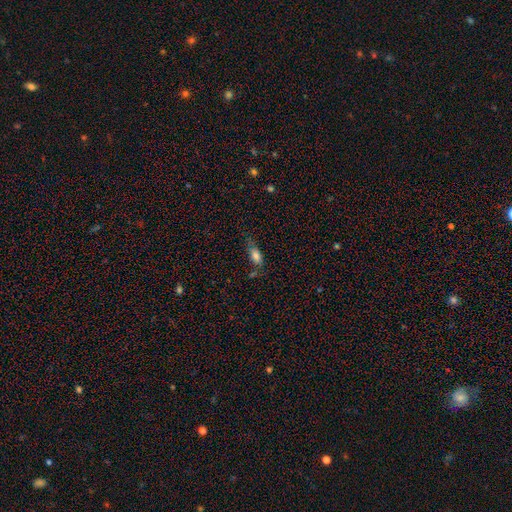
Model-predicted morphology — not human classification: A smooth galaxy with no disk features (77%) that is in between round and cigar-shaped (80%).

Vote fractions:
- Smooth or featured? smooth: 77% / featured or disk: 14% / star or artifact: 9%
- How rounded? in between: 80% / cigar-shaped: 16% / round: 4%
- Merging? none: 52% / minor disturbance: 30% / major disturbance: 10% / merger: 8%